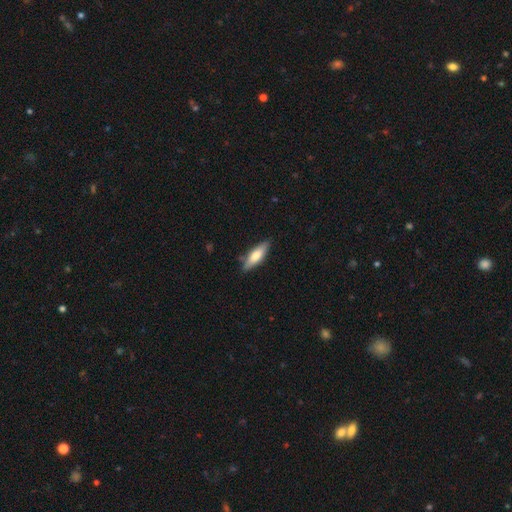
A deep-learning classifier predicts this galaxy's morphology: type=smooth (66%); roundness=cigar-shaped (50%); merging=none (81%).